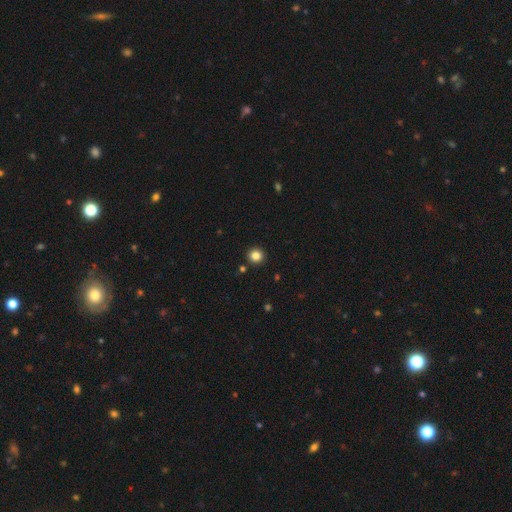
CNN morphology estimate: Smooth or featured? Predicted: smooth (p=0.83). How rounded? Predicted: round (p=0.94). Merging? Predicted: none (p=0.92).